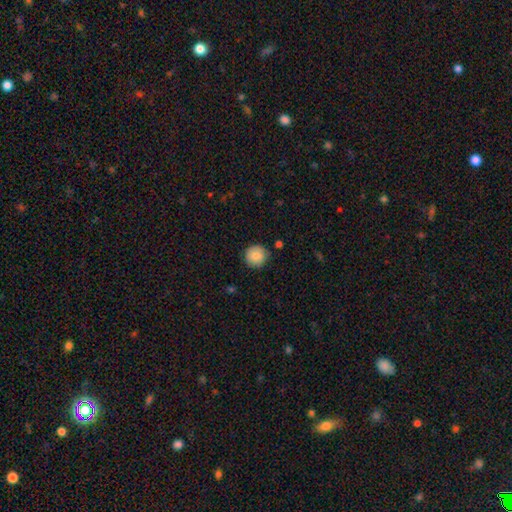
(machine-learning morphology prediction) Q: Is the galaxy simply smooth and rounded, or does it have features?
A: smooth — 84%.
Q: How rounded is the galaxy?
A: round — 93%.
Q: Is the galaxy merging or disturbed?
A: none — 84%.